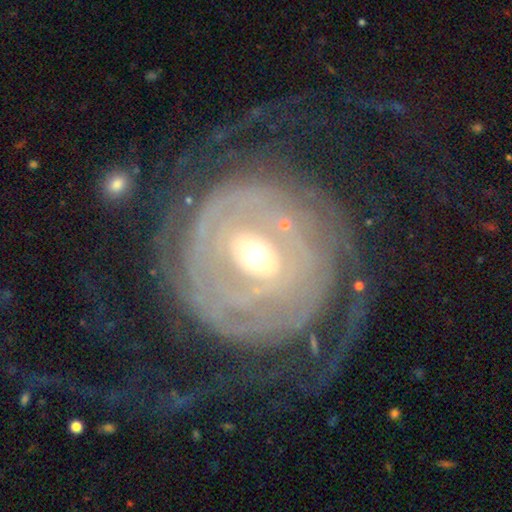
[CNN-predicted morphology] type=featured or disk (79%); edge-on=no (96%); bar=no (56%); spiral arms=yes (69%); winding=tight (70%); arm count=can't tell (47%); bulge=moderate (47%); merging=none (63%).